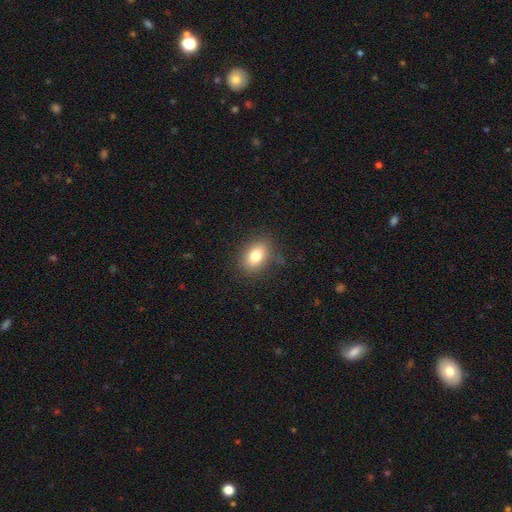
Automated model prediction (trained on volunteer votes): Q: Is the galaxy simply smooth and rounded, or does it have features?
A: smooth — 79%.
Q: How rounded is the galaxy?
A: in between — 78%.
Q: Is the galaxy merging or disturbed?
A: none — 81%.